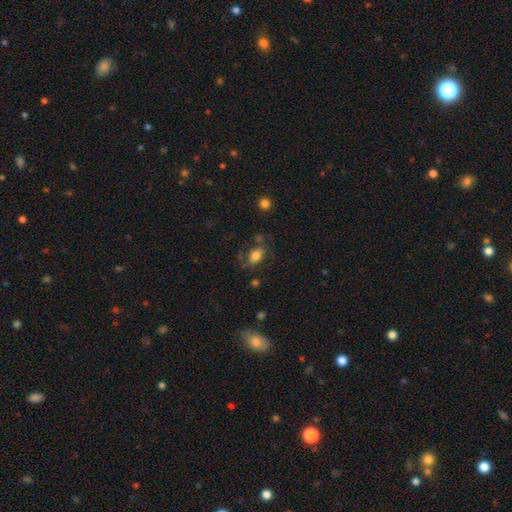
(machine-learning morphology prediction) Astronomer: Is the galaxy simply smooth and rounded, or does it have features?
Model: smooth — 77%.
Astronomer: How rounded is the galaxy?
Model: in between — 79%.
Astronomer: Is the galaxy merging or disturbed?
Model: none — 64%.